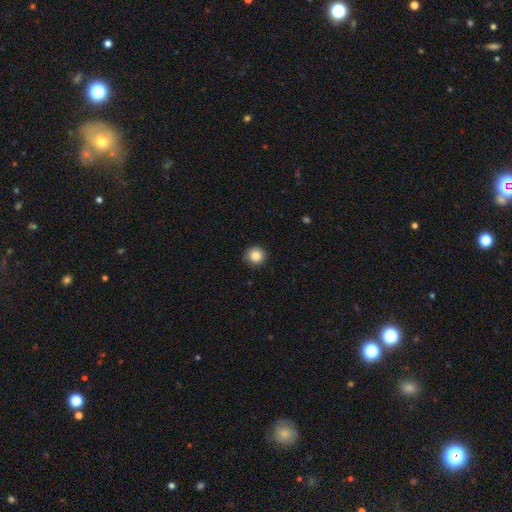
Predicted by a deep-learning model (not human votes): Smooth or featured? Predicted: smooth (p=0.86). How rounded? Predicted: round (p=0.94). Merging? Predicted: none (p=0.88).